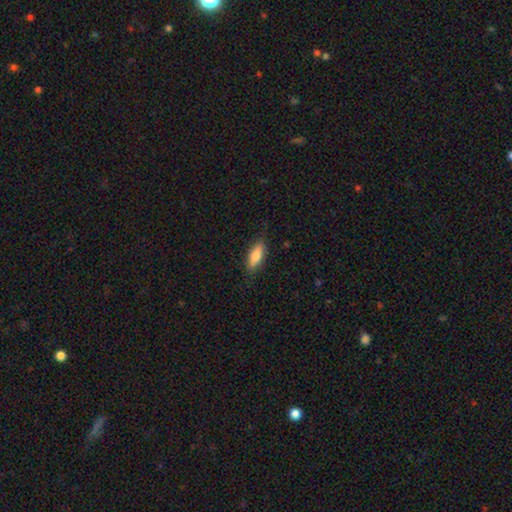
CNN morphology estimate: Overall: smooth (75%). How rounded: in between (65%; cigar-shaped 33%). Merging: none (82%).